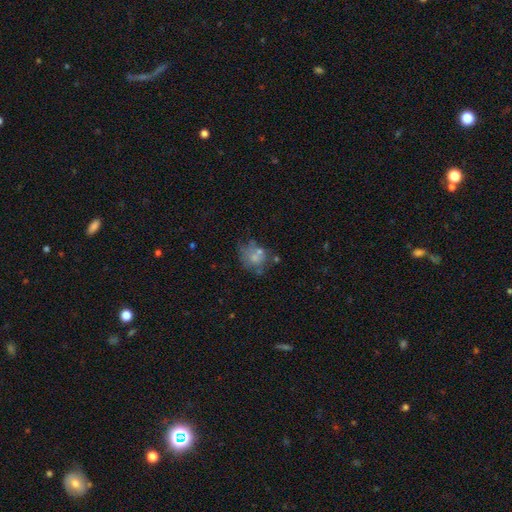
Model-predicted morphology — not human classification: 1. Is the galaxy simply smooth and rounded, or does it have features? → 56% smooth, 31% featured or disk, 13% star or artifact.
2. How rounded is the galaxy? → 61% round, 38% in between, 1% cigar-shaped.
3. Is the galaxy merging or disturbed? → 40% none, 22% merger, 21% minor disturbance, 17% major disturbance.